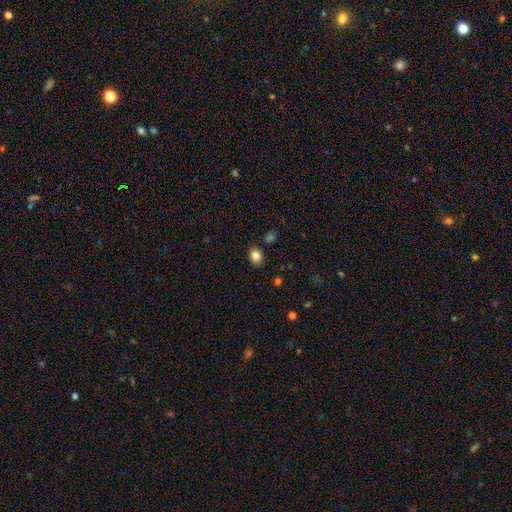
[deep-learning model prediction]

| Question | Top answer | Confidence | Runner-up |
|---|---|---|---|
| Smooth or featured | smooth | 84% | star or artifact (10%) |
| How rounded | in between | 59% | round (40%) |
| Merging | none | 85% | minor disturbance (9%) |